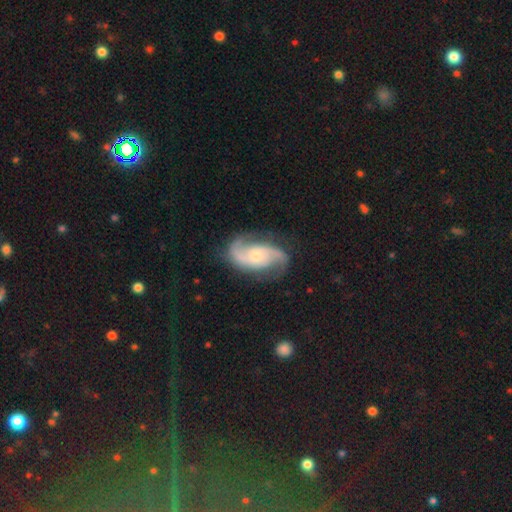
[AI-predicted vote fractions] This appears to be a featured or disk galaxy (90%) with no bar (60%), 2 (90%) medium (51%) spiral arms (98%) and a small central bulge (49%). Merging: none (77%).